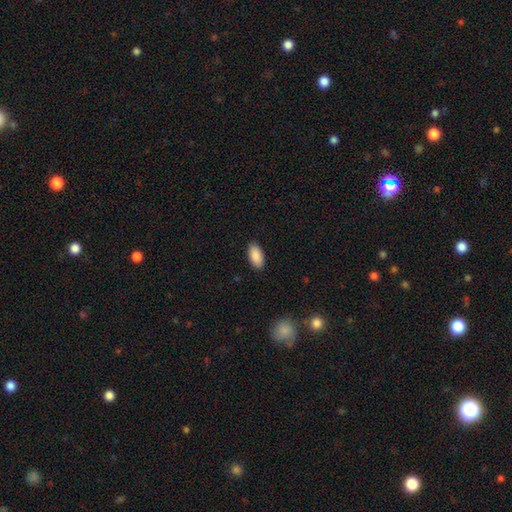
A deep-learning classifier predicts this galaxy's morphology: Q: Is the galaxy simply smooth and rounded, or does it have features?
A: smooth — 90%.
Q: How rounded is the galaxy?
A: in between — 93%.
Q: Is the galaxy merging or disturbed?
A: none — 89%.